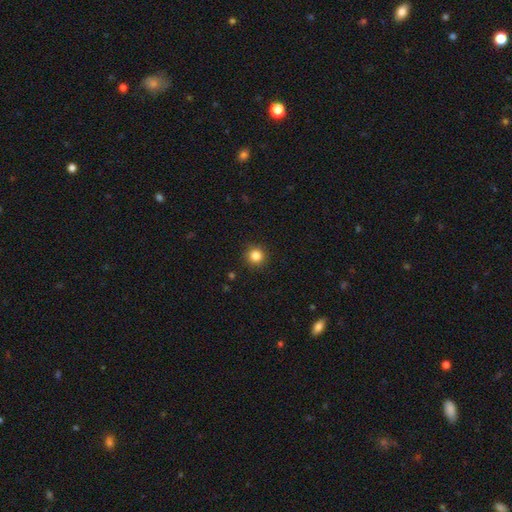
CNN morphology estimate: type=smooth (84%); roundness=round (95%); merging=none (91%).